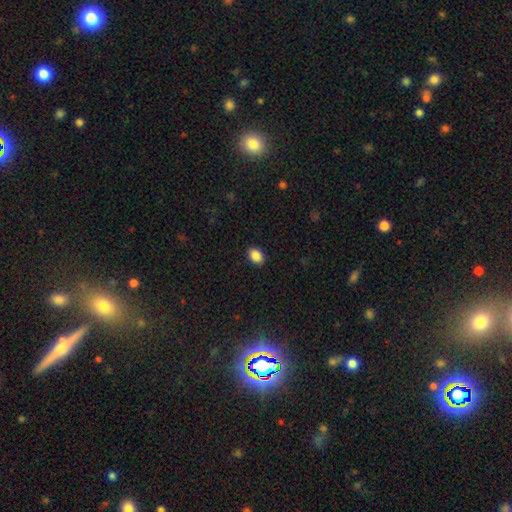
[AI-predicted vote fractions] Smooth or featured? Predicted: smooth (p=0.88). How rounded? Predicted: in between (p=0.79). Merging? Predicted: none (p=0.89).